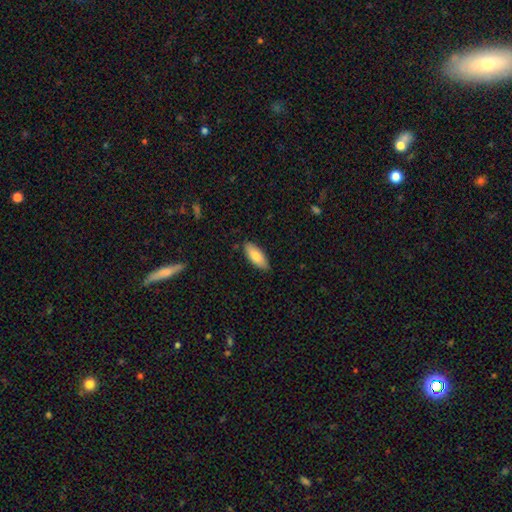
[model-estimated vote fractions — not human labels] A smooth galaxy with no disk features (78%) that is in between round and cigar-shaped (82%). Merging: none (85%).